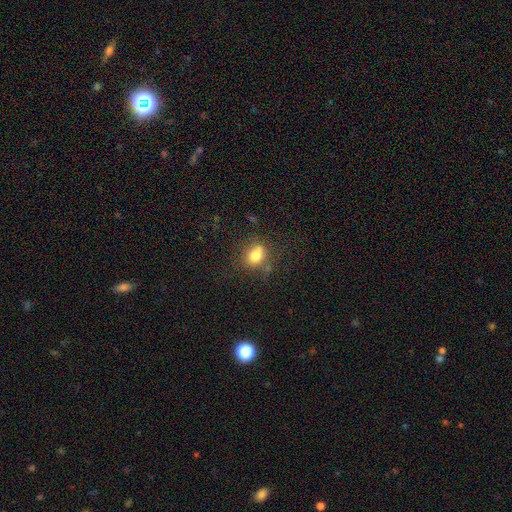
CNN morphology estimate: Smooth or featured?
  - smooth: 77% *
  - star or artifact: 12%
  - featured or disk: 11%
How rounded?
  - in between: 53% *
  - round: 45%
  - cigar-shaped: 2%
Merging?
  - none: 63% *
  - minor disturbance: 20%
  - merger: 10%
  - major disturbance: 8%